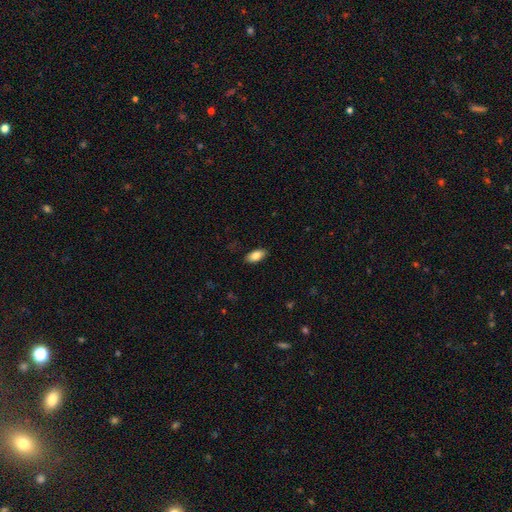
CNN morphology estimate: smooth 84%, featured or disk 10%, star or artifact 7%. Down the decision tree: how rounded — in between (91%); merging — none (88%).